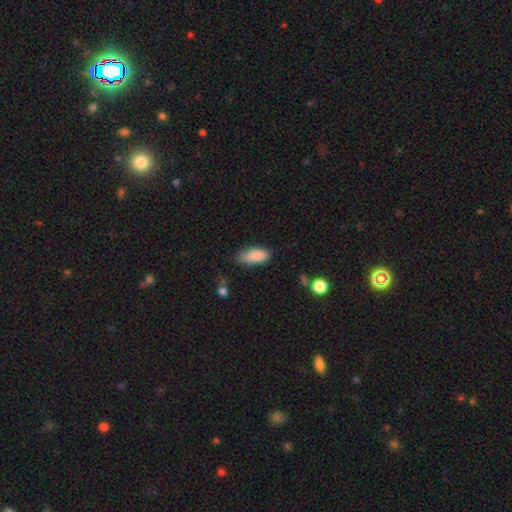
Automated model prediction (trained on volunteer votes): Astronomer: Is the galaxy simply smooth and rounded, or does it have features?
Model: smooth — 87%.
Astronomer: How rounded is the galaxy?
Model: in between — 81%.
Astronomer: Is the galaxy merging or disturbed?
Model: none — 65%.